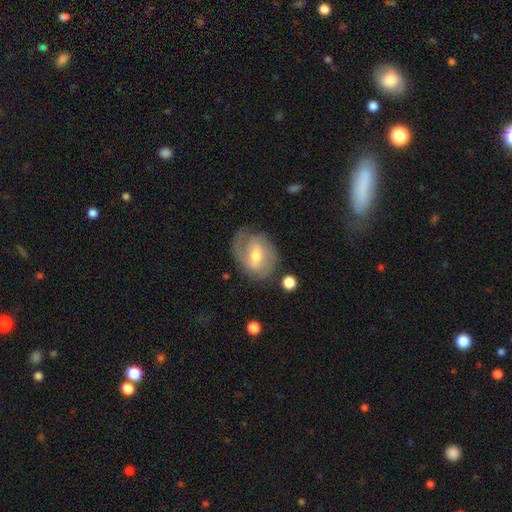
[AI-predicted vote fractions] Smooth or featured? Predicted: featured or disk (p=0.68). Edge-on disk? Predicted: no (p=0.96). Bar? Predicted: weak (p=0.53). Spiral arms? Predicted: yes (p=0.83). Spiral winding? Predicted: tight (p=0.45). Spiral arm count? Predicted: 2 (p=0.47). Bulge size? Predicted: moderate (p=0.69). Merging? Predicted: none (p=0.63).